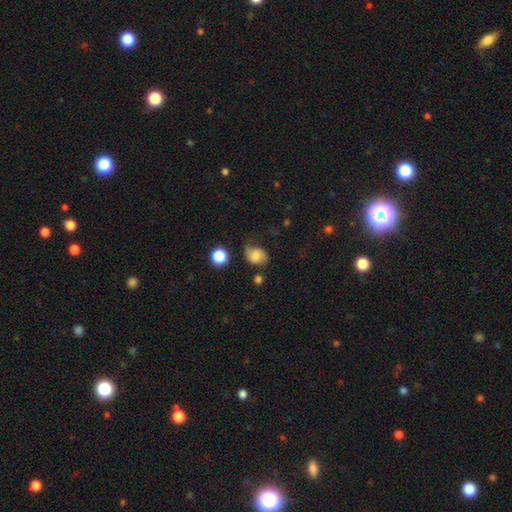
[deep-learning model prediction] This appears to be a smooth galaxy with no disk features (62%) that is in between round and cigar-shaped (60%). Merging: none (55%).